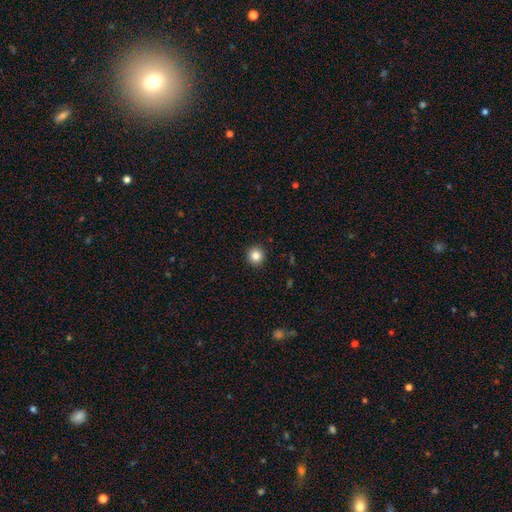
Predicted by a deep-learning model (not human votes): A smooth galaxy with no disk features (84%) that is round (95%). Merging: none (93%).